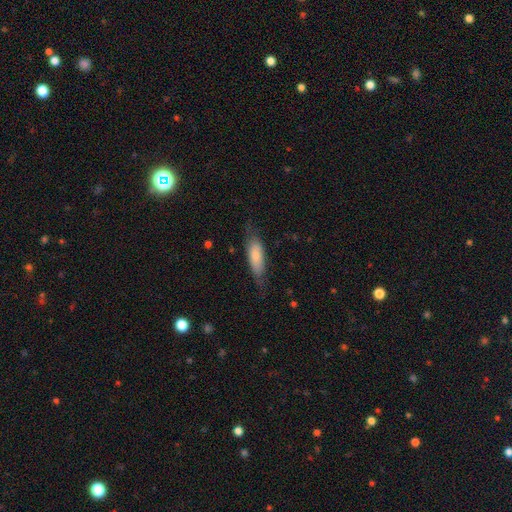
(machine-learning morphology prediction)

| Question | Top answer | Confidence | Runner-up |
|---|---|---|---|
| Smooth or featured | smooth | 73% | featured or disk (21%) |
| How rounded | in between | 59% | cigar-shaped (39%) |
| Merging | none | 65% | minor disturbance (24%) |